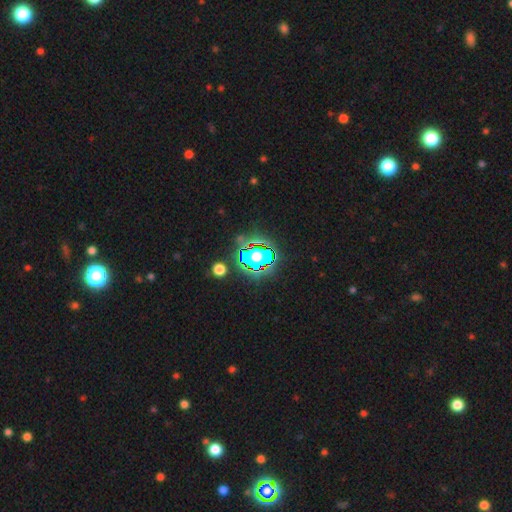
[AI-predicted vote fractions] A star or artifact, not a galaxy (58%).

Vote fractions:
- Smooth or featured? star or artifact: 58% / smooth: 25% / featured or disk: 17%